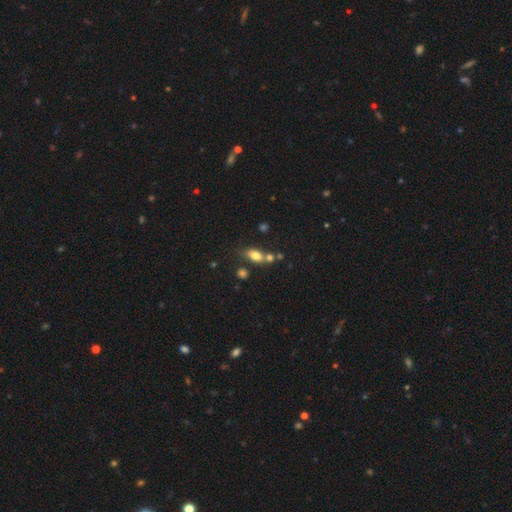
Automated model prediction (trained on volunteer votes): Morphology: type=smooth (76%); roundness=in between (79%); merging=none (53%).